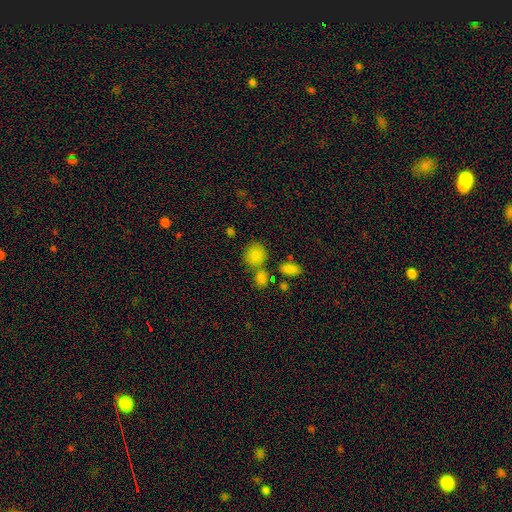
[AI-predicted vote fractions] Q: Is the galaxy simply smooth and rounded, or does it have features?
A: smooth — 83%.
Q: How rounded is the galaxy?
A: round — 73%.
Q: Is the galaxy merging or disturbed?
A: none — 59%.